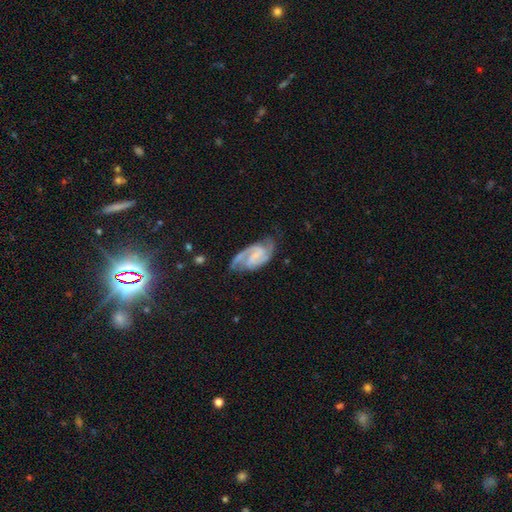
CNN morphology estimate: This is clearly a featured or disk galaxy (88%). It is clearly not viewed edge-on (97%). Bar: marginally weak (44%). Spiral arm pattern: clearly yes (98%). Spiral arm count: clearly 2 (90%). Spiral winding: possibly medium (52%). Central bulge: possibly none (54%). Merging: likely none (71%).